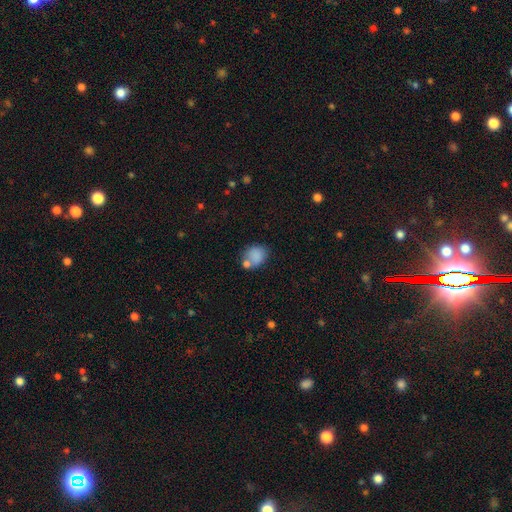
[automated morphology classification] The model was most divided on "how rounded": round: 59%, in between: 40%, cigar-shaped: 1%. More confident: smooth or featured — smooth (82%); merging — none (52%).